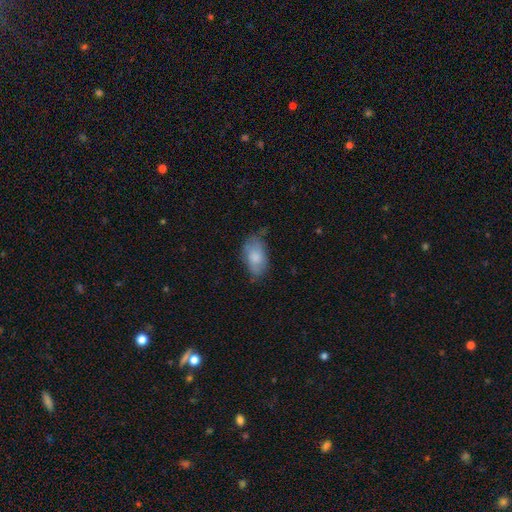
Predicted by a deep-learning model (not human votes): A smooth galaxy with no disk features (72%) that is in between round and cigar-shaped (92%).

Vote fractions:
- Smooth or featured? smooth: 72% / featured or disk: 21% / star or artifact: 7%
- How rounded? in between: 92% / round: 5% / cigar-shaped: 4%
- Merging? none: 62% / minor disturbance: 29% / major disturbance: 7% / merger: 2%